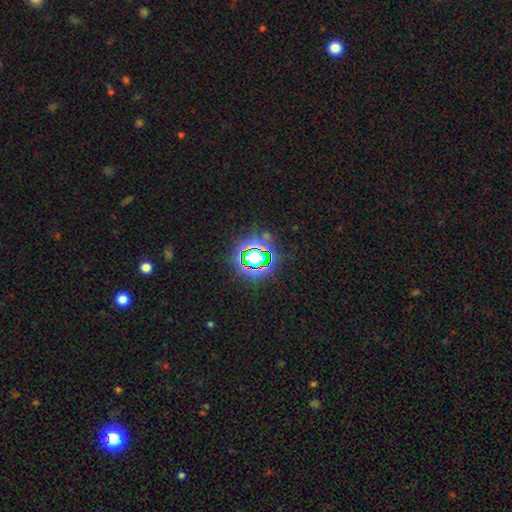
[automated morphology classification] A star or artifact, not a galaxy (65%).

Vote fractions:
- Smooth or featured? star or artifact: 65% / smooth: 23% / featured or disk: 12%